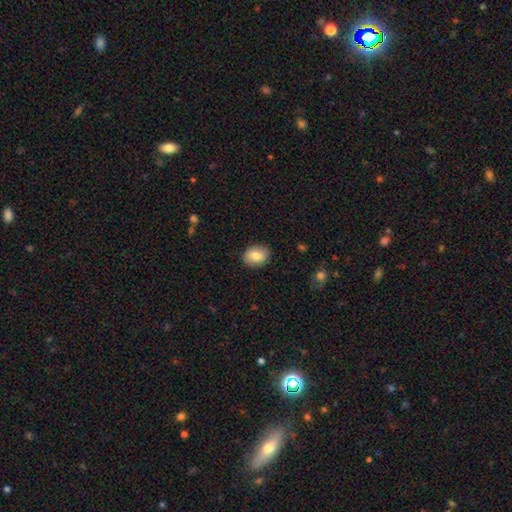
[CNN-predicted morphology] smooth-or-featured: smooth: 82% | featured or disk: 11% | star or artifact: 8%
  how-rounded: in between: 62% | round: 37% | cigar-shaped: 1%
  merging: none: 86% | minor disturbance: 11% | major disturbance: 2% | merger: 1%